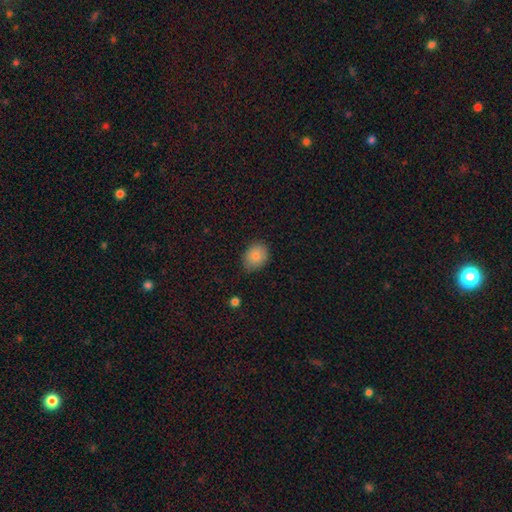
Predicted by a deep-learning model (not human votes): This is clearly a smooth galaxy (84%). How rounded: likely in between (60%). Merging: likely none (77%).